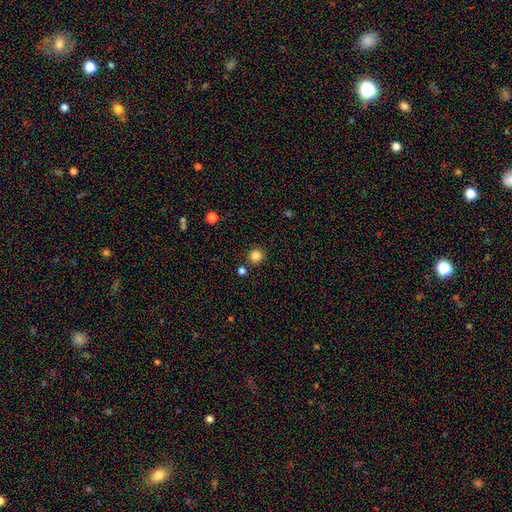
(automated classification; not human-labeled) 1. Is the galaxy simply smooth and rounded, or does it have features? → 84% smooth, 12% star or artifact, 4% featured or disk.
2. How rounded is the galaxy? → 92% round, 7% in between, 1% cigar-shaped.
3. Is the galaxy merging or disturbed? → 87% none, 6% minor disturbance, 5% merger, 2% major disturbance.